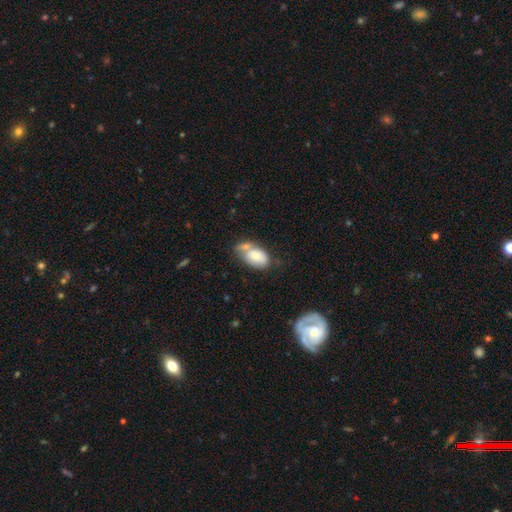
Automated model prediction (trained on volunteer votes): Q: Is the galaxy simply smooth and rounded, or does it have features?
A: smooth — 69%.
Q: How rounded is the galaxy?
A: in between — 90%.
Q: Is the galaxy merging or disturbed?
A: merger — 35%.